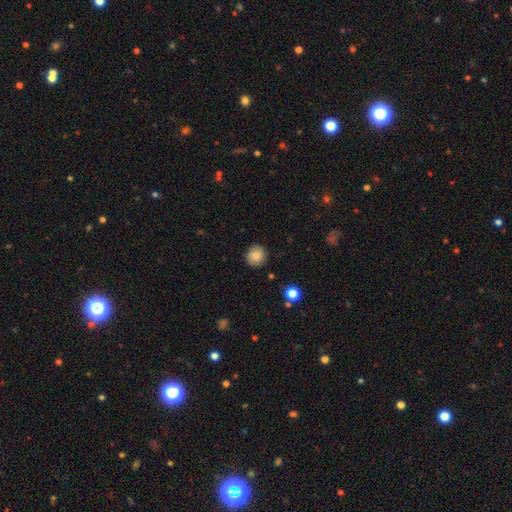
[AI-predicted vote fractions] A smooth galaxy with no disk features (87%) that is round (91%). Merging: none (90%).